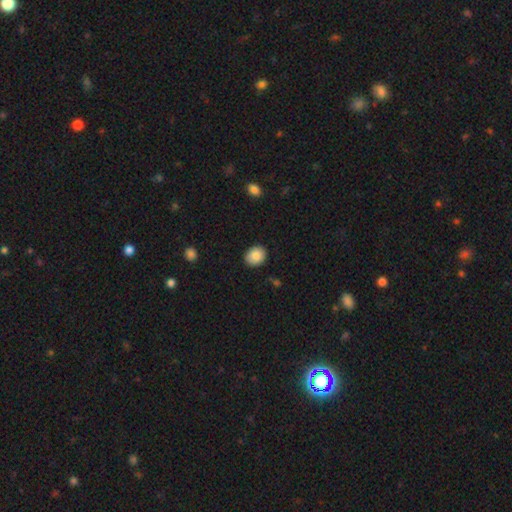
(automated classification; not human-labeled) A smooth galaxy with no disk features (87%) that is round (52%). Merging: none (88%).